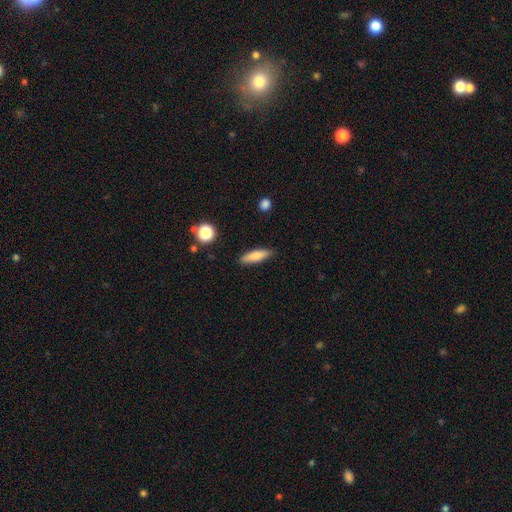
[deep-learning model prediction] The model was most divided on "how rounded": cigar-shaped: 59%, in between: 38%, round: 3%. More confident: merging — none (86%); smooth or featured — smooth (76%).